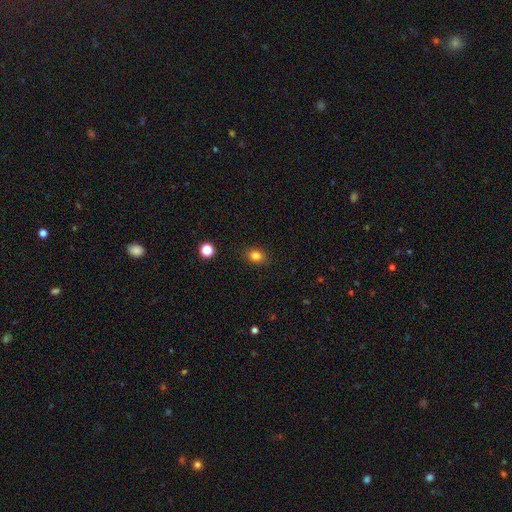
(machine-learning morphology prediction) Smooth or featured? smooth (83%)
How rounded? in between (55%)
Merging? none (87%)